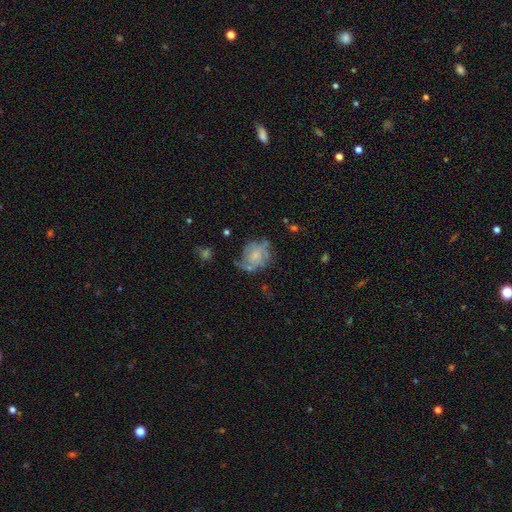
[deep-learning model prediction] Smooth or featured?
  - featured or disk: 54% *
  - smooth: 36%
  - star or artifact: 10%
Edge-on disk?
  - no: 97% *
  - yes: 3%
Bar?
  - no: 75% *
  - weak: 21%
  - strong: 4%
Spiral arms?
  - yes: 58% *
  - no: 42%
Bulge size?
  - small: 38% *
  - moderate: 32%
  - none: 22%
  - large: 6%
  - dominant: 2%
Merging?
  - none: 44% *
  - minor disturbance: 27%
  - major disturbance: 23%
  - merger: 6%